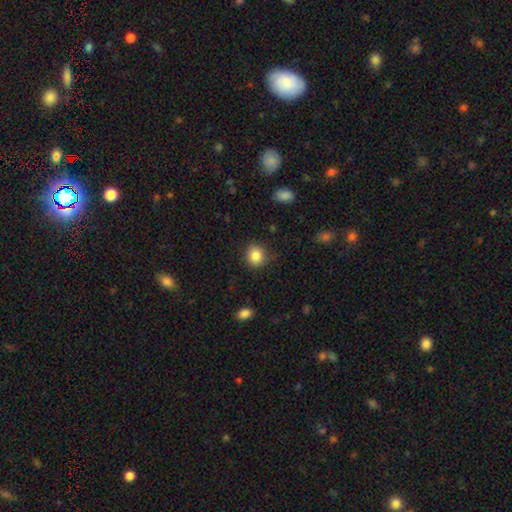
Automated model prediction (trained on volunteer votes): Overall: smooth (85%). How rounded: round (86%). Merging: none (85%).